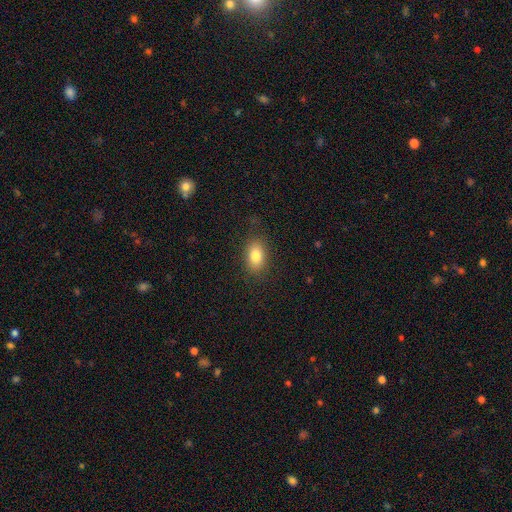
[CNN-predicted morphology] Overall: smooth (82%). How rounded: in between (86%). Merging: none (84%).